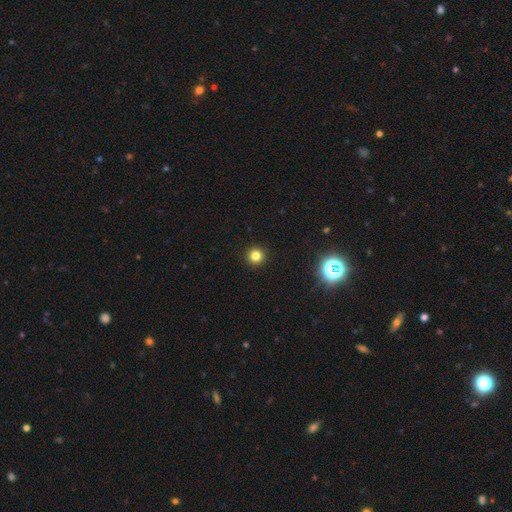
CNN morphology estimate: Smooth or featured? Predicted: smooth (p=0.79). How rounded? Predicted: round (p=0.96). Merging? Predicted: none (p=0.94).